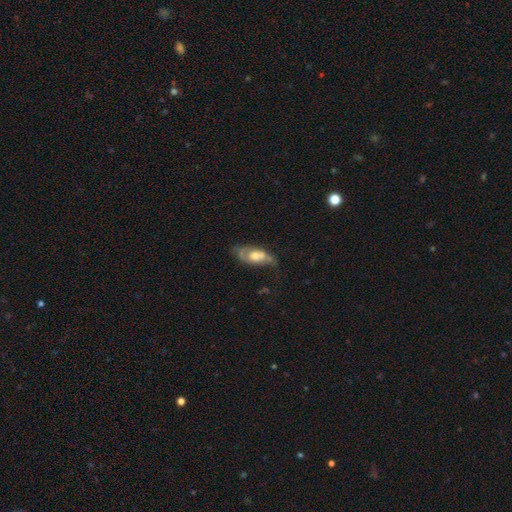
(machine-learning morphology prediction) This appears to be a featured or disk galaxy (61%) with no bar (72%), spiral arms (69%) and a moderate central bulge (59%). Merging: none (49%).